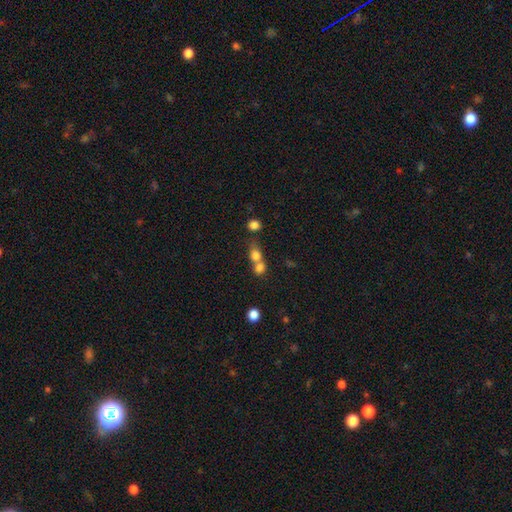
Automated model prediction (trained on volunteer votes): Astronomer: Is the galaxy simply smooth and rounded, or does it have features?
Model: smooth — 75%.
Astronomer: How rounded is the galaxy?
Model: round — 65%.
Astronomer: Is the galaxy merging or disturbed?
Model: merger — 62%.